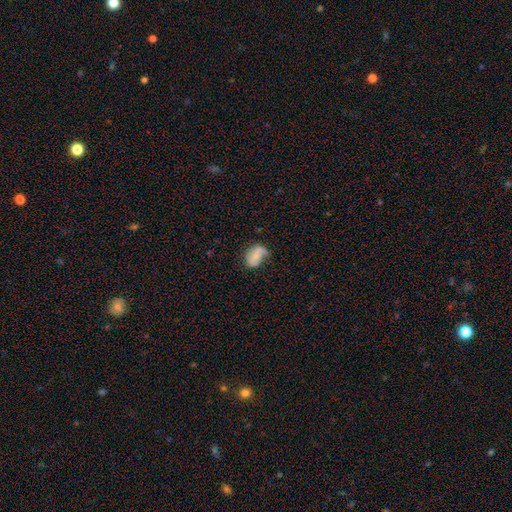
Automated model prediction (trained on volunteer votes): smooth-or-featured: smooth: 59% | featured or disk: 33% | star or artifact: 8%
  how-rounded: in between: 77% | round: 21% | cigar-shaped: 1%
  merging: none: 40% | minor disturbance: 38% | major disturbance: 19% | merger: 3%